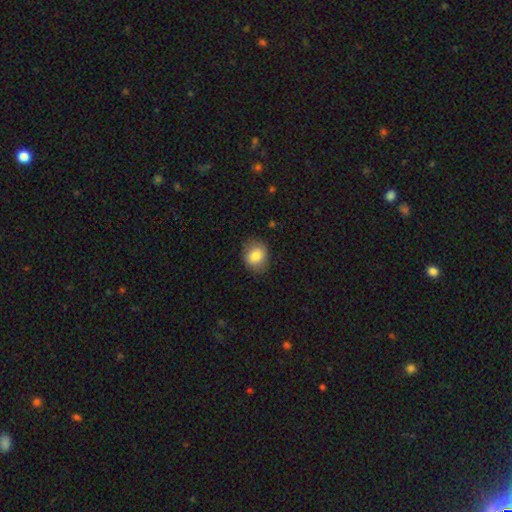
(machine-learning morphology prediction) Q: Smooth or featured?
A: smooth (82%); runner-up: featured or disk (10%)
Q: How rounded?
A: round (57%); runner-up: in between (42%)
Q: Merging?
A: none (79%); runner-up: minor disturbance (16%)